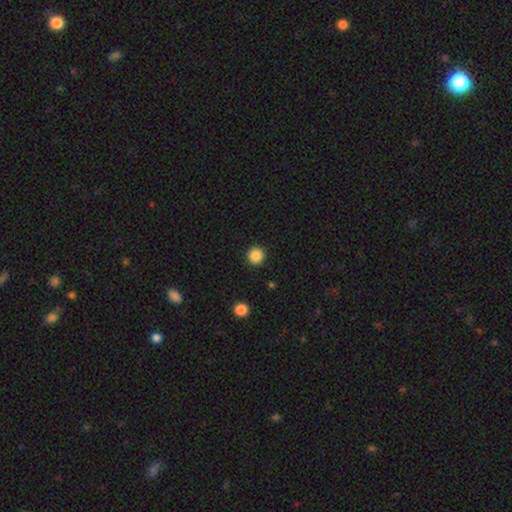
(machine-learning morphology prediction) type=smooth (87%); roundness=round (95%); merging=none (93%).